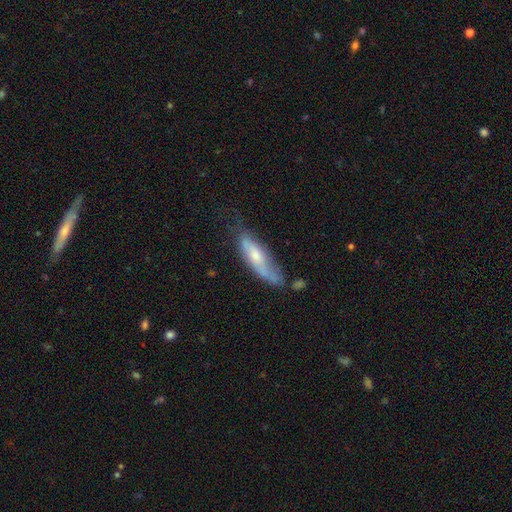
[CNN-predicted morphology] The model was most divided on "smooth or featured": smooth: 49%, featured or disk: 45%, star or artifact: 7%. Remaining: merging — none (44%).